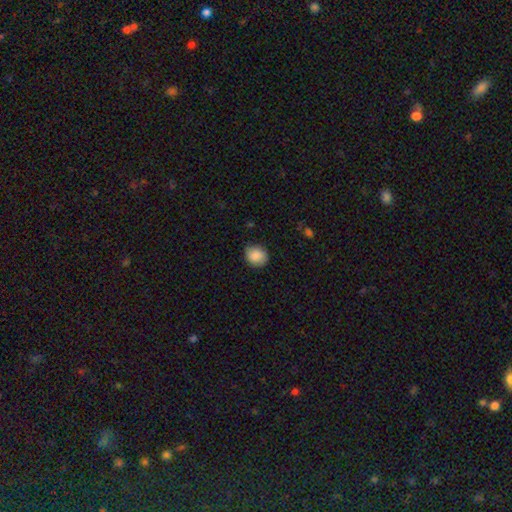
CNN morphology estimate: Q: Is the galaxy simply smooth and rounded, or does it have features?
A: smooth — 87%.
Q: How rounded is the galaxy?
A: round — 71%.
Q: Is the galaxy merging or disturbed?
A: none — 85%.